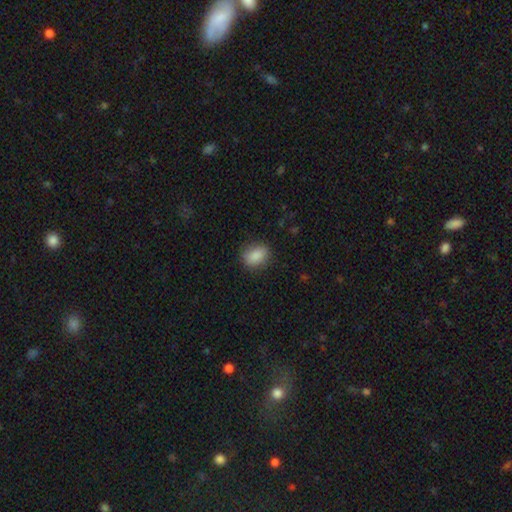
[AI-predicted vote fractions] Smooth or featured?
  - smooth: 87% *
  - star or artifact: 8%
  - featured or disk: 5%
How rounded?
  - in between: 70% *
  - round: 28%
  - cigar-shaped: 2%
Merging?
  - none: 81% *
  - minor disturbance: 14%
  - major disturbance: 4%
  - merger: 1%